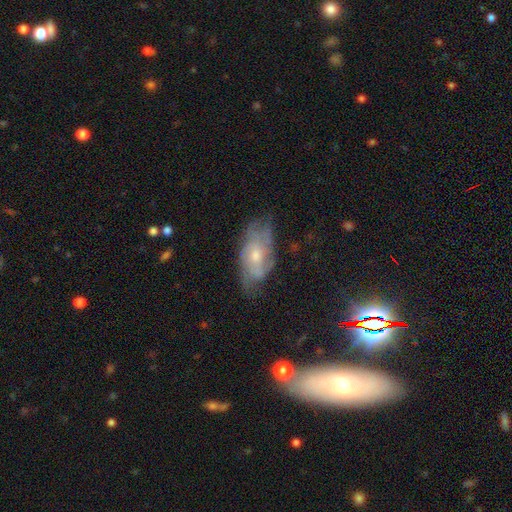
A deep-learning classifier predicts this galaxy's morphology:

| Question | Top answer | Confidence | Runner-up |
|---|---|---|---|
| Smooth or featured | featured or disk | 63% | smooth (28%) |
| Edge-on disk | no | 91% | yes (9%) |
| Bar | no | 73% | weak (23%) |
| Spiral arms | yes | 77% | no (23%) |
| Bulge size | moderate | 53% | small (40%) |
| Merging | none | 58% | minor disturbance (28%) |